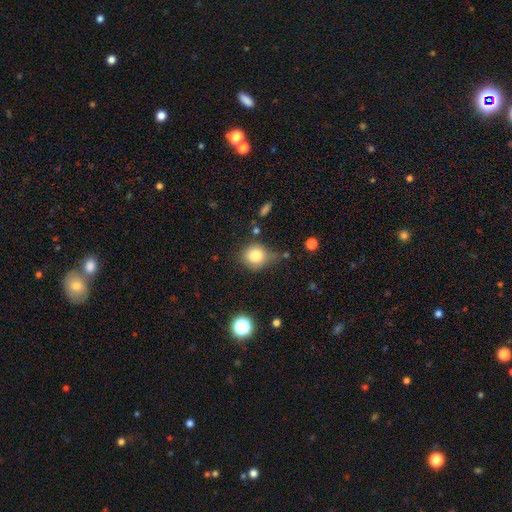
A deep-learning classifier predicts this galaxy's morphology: A smooth galaxy with no disk features (79%) that is round (82%).

Vote fractions:
- Smooth or featured? smooth: 79% / star or artifact: 12% / featured or disk: 10%
- How rounded? round: 82% / in between: 17% / cigar-shaped: 1%
- Merging? none: 60% / minor disturbance: 26% / major disturbance: 8% / merger: 6%